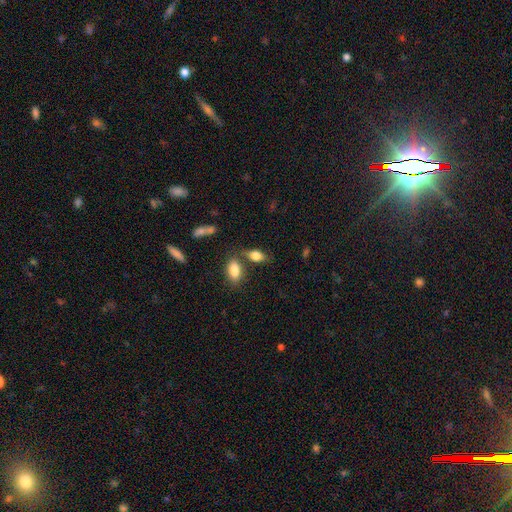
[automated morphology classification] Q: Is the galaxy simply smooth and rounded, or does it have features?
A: smooth — 79%.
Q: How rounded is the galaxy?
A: in between — 85%.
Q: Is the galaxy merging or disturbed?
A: none — 61%.